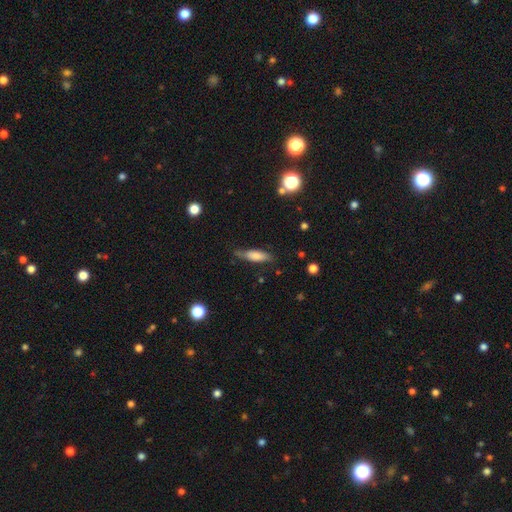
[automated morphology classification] smooth-or-featured: smooth: 69% | featured or disk: 24% | star or artifact: 7%
  how-rounded: cigar-shaped: 51% | in between: 47% | round: 2%
  merging: none: 68% | minor disturbance: 24% | major disturbance: 6% | merger: 2%